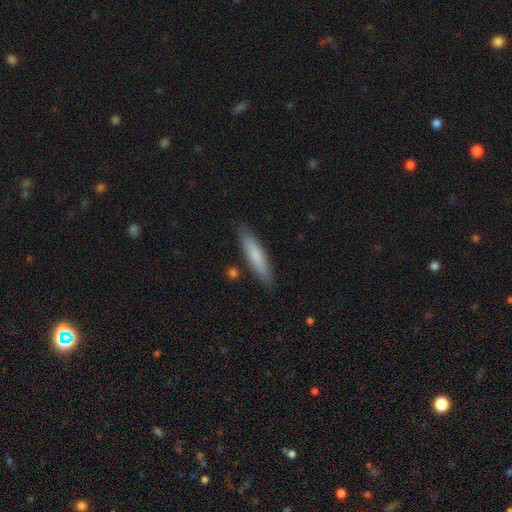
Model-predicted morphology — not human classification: Q: Smooth or featured?
A: smooth (75%); runner-up: featured or disk (19%)
Q: How rounded?
A: cigar-shaped (84%); runner-up: in between (15%)
Q: Merging?
A: none (86%); runner-up: minor disturbance (10%)